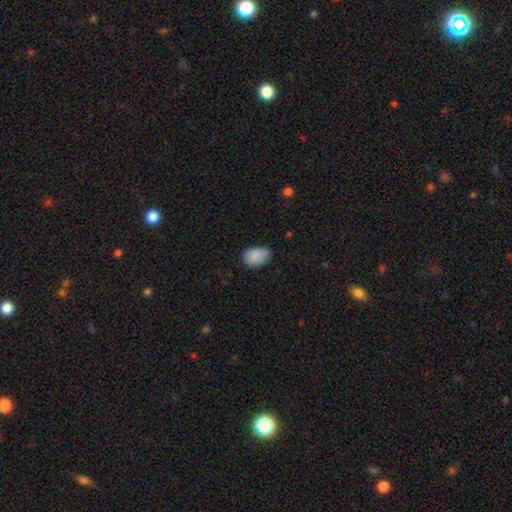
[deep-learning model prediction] smooth 86%, star or artifact 8%, featured or disk 6%. Down the decision tree: how rounded — in between (79%); merging — none (67%).